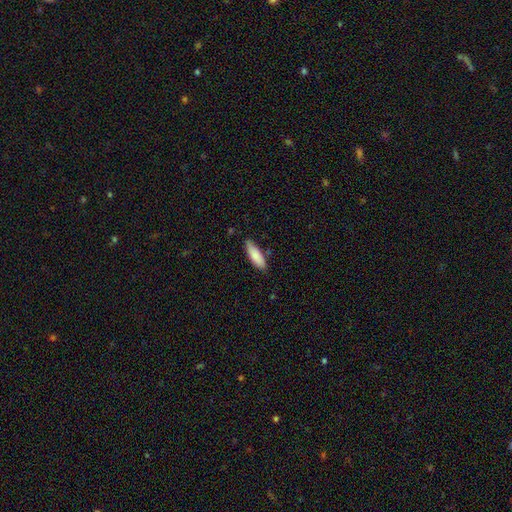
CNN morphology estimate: Smooth or featured: smooth — 84% (featured or disk — 10%)
How rounded: in between — 55% (cigar-shaped — 43%)
Merging: none — 79% (minor disturbance — 17%)